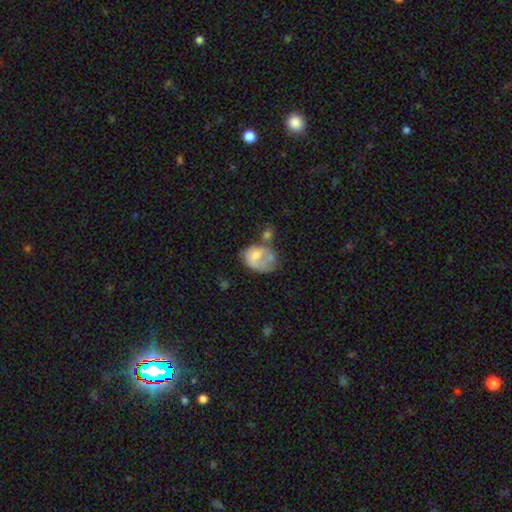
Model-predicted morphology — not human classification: This appears to be a smooth galaxy with no disk features (54%) that is in between round and cigar-shaped (64%). Merging: major disturbance (29%).